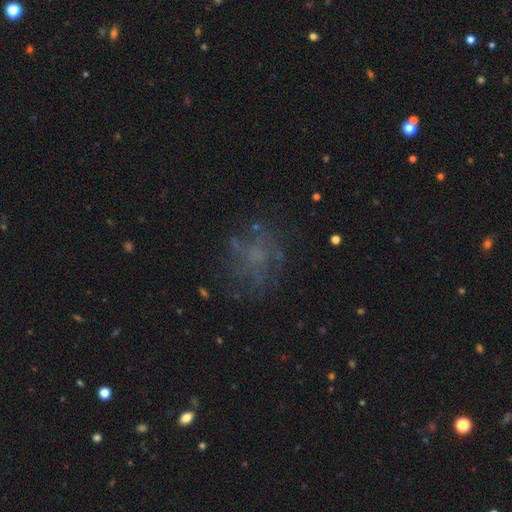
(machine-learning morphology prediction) Smooth or featured? Predicted: featured or disk (p=0.43). Merging? Predicted: none (p=0.65).